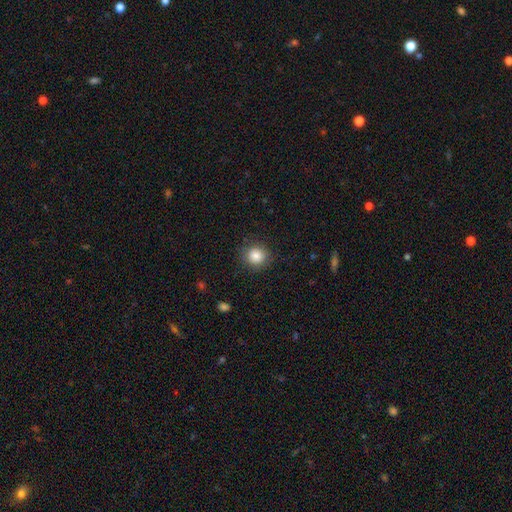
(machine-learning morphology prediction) smooth-or-featured: smooth: 85% | star or artifact: 10% | featured or disk: 5%
  how-rounded: round: 87% | in between: 12% | cigar-shaped: 1%
  merging: none: 86% | minor disturbance: 10% | major disturbance: 3% | merger: 1%